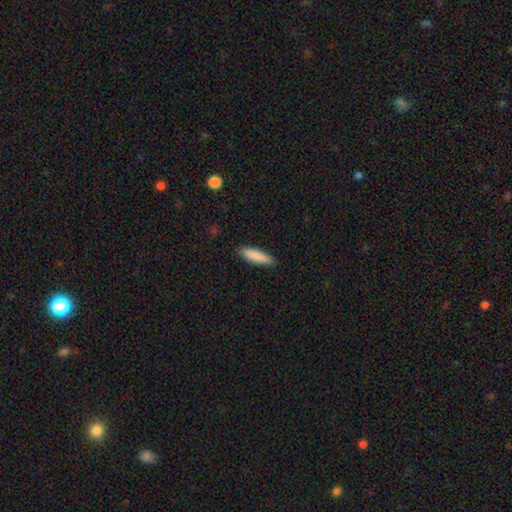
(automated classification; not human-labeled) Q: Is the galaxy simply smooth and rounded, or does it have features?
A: smooth — 87%.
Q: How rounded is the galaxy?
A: cigar-shaped — 67%.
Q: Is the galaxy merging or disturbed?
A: none — 87%.